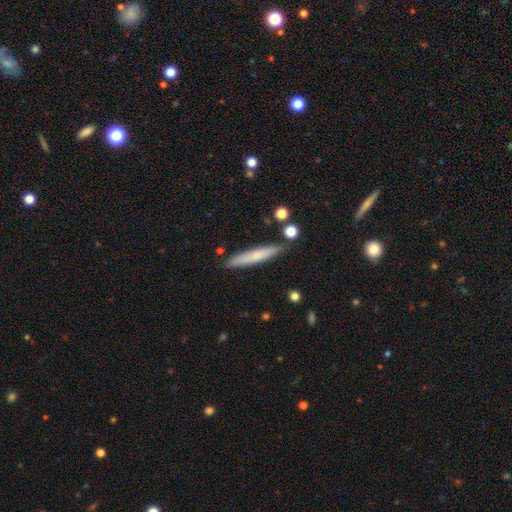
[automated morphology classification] type=smooth (67%); roundness=cigar-shaped (93%); merging=none (86%).